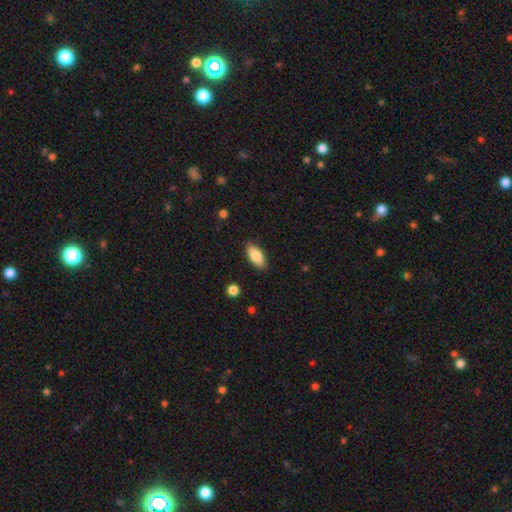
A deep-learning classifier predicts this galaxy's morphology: Q: Smooth or featured?
A: smooth (83%); runner-up: featured or disk (10%)
Q: How rounded?
A: in between (88%); runner-up: cigar-shaped (10%)
Q: Merging?
A: none (88%); runner-up: minor disturbance (9%)